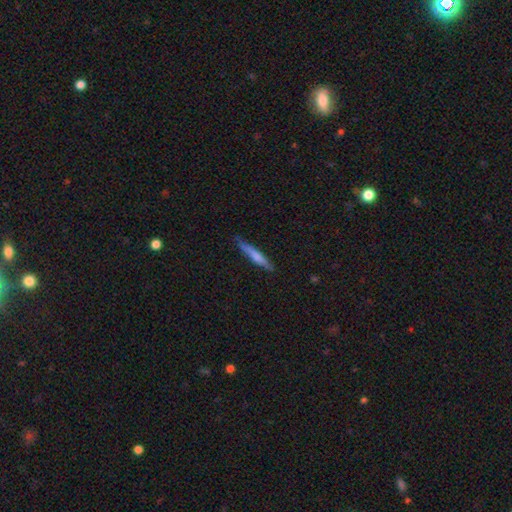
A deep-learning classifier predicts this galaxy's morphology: smooth-or-featured: smooth: 63% | featured or disk: 31% | star or artifact: 6%
  how-rounded: cigar-shaped: 93% | in between: 5% | round: 1%
  merging: none: 80% | minor disturbance: 15% | major disturbance: 3% | merger: 2%